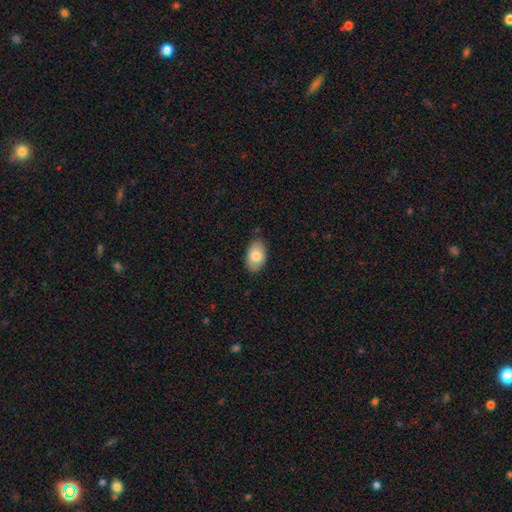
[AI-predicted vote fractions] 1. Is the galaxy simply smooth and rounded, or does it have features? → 82% smooth, 11% featured or disk, 6% star or artifact.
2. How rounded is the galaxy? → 93% in between, 6% round, 1% cigar-shaped.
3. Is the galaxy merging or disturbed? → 83% none, 14% minor disturbance, 2% major disturbance, 1% merger.